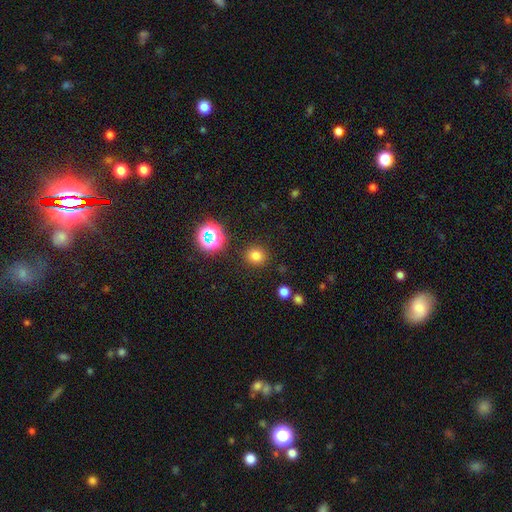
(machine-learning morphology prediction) Smooth or featured? Predicted: smooth (p=0.77). How rounded? Predicted: round (p=0.90). Merging? Predicted: none (p=0.89).